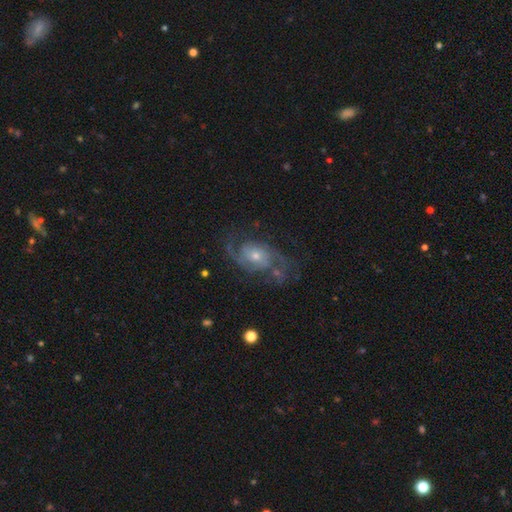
smooth-or-featured: featured or disk: 86% | smooth: 11% | star or artifact: 3%
  disk-edge-on: no: 100% | yes: 0%
    bar: no: 66% | weak: 28% | strong: 6%
    has-spiral-arms: yes: 100% | no: 0%
      spiral-winding: medium: 47% | tight: 28% | loose: 25%
      spiral-arm-count: 2: 81% | 3: 9% | can't tell: 9% | 1: 0% | 4: 0% | more than 4: 0%
    bulge-size: small: 53% | moderate: 41% | large: 6% | dominant: 0% | none: 0%
  merging: none: 67% | minor disturbance: 19% | major disturbance: 11% | merger: 3%